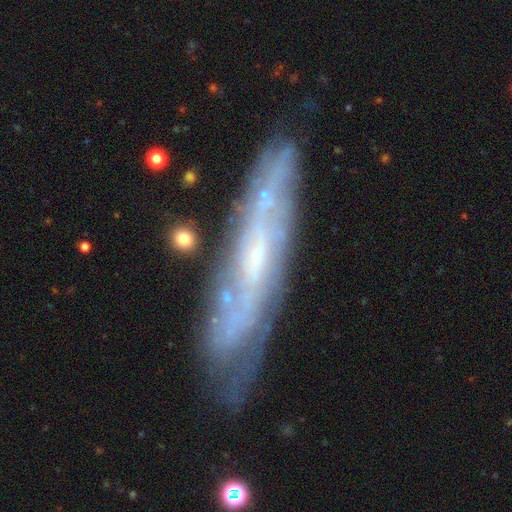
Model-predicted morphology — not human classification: A featured or disk galaxy (79%). Merging: none (75%).